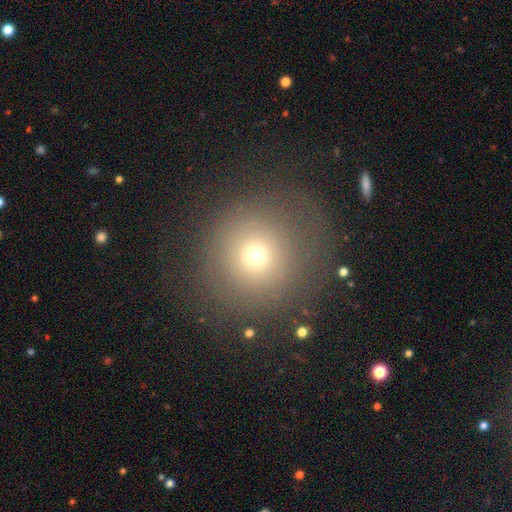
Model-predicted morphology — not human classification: A smooth galaxy with no disk features (67%) that is round (93%). Merging: none (75%).